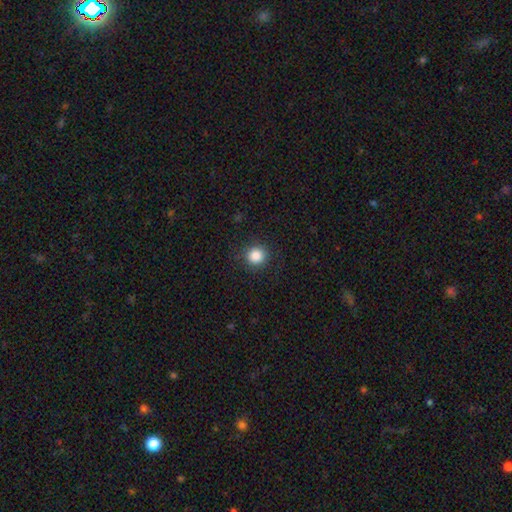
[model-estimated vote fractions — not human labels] Smooth or featured? smooth (86%)
How rounded? round (92%)
Merging? none (90%)